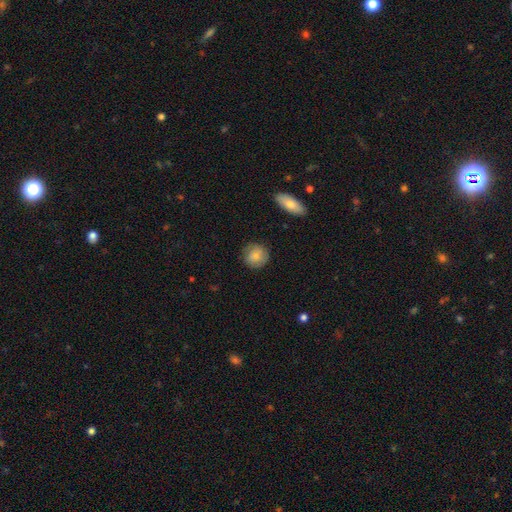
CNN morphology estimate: Overall: smooth (80%). How rounded: round (89%). Merging: none (81%).